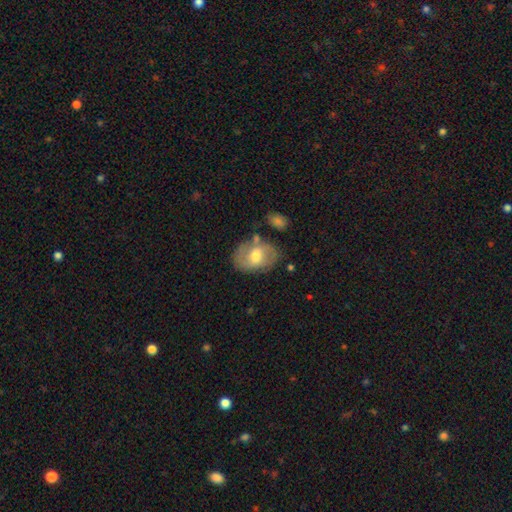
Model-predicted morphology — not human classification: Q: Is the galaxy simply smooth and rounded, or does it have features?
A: smooth — 53%.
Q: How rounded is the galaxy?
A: in between — 76%.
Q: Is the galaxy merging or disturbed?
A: none — 67%.